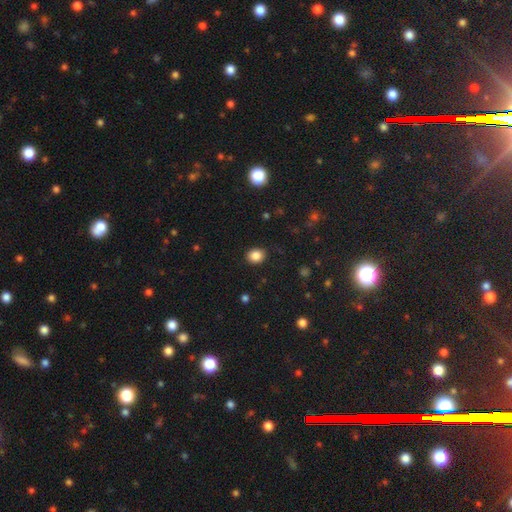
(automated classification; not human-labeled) A smooth galaxy with no disk features (86%) that is round (61%).

Vote fractions:
- Smooth or featured? smooth: 86% / star or artifact: 10% / featured or disk: 4%
- How rounded? round: 61% / in between: 38% / cigar-shaped: 1%
- Merging? none: 88% / minor disturbance: 9% / major disturbance: 2% / merger: 1%